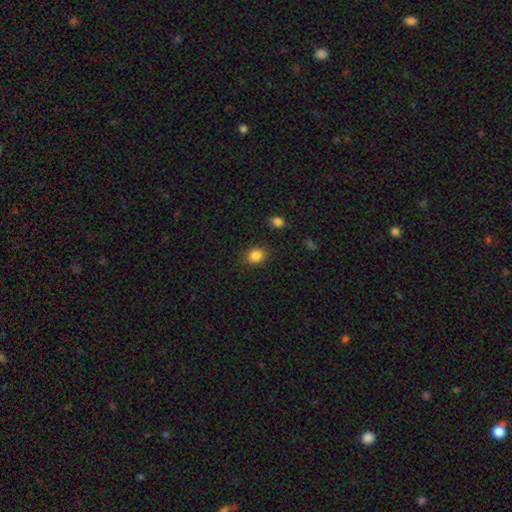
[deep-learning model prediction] This is clearly a smooth galaxy (85%). How rounded: likely round (65%). Merging: clearly none (86%).